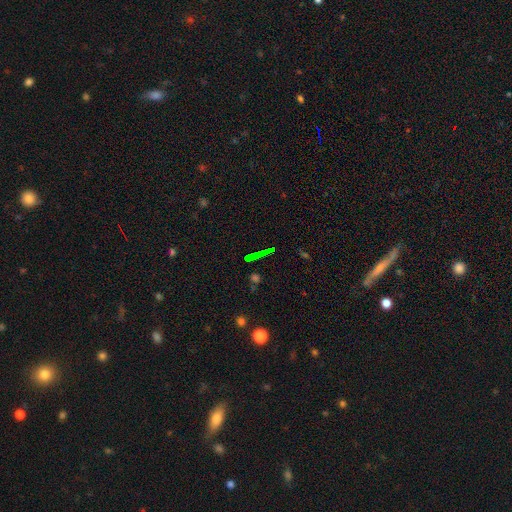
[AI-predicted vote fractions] Smooth or featured?
  - star or artifact: 47% *
  - smooth: 35%
  - featured or disk: 19%